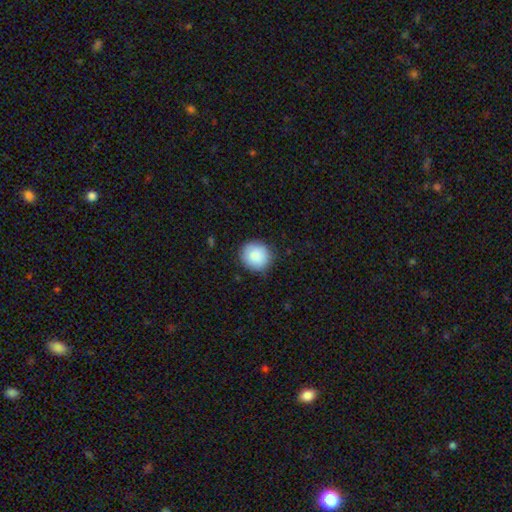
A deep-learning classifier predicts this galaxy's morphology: Smooth or featured? Predicted: smooth (p=0.88). How rounded? Predicted: round (p=0.87). Merging? Predicted: none (p=0.87).